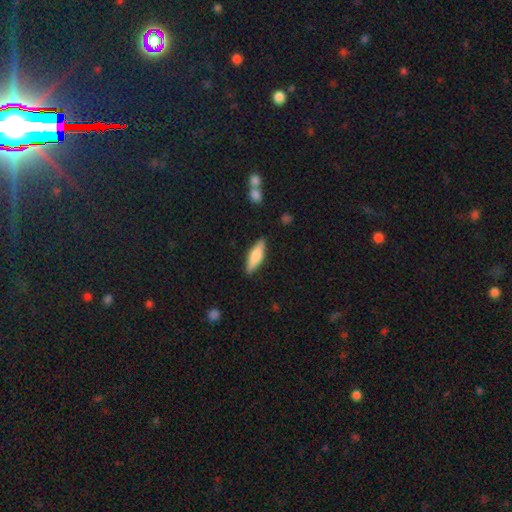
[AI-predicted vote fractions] Smooth or featured: smooth — 67% (featured or disk — 28%)
How rounded: cigar-shaped — 57% (in between — 41%)
Merging: none — 87% (minor disturbance — 10%)